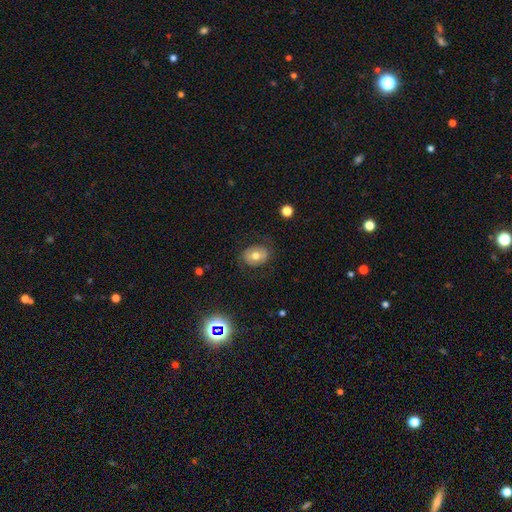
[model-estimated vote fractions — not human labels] Morphology: type=smooth (63%); roundness=in between (57%); merging=none (78%).